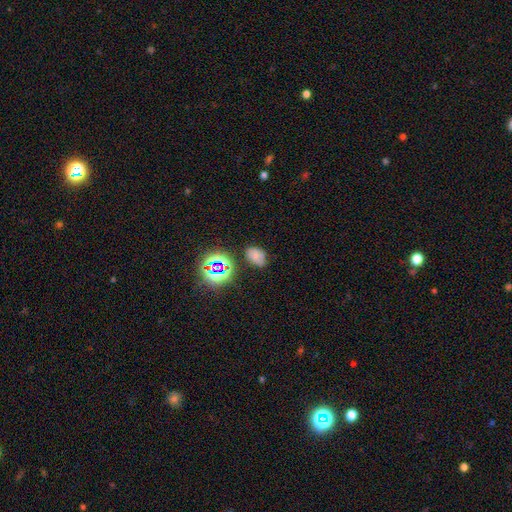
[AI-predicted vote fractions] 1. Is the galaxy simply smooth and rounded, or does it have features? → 57% smooth, 23% star or artifact, 20% featured or disk.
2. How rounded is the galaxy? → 77% in between, 22% round, 1% cigar-shaped.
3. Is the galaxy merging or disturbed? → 67% none, 23% minor disturbance, 6% major disturbance, 4% merger.